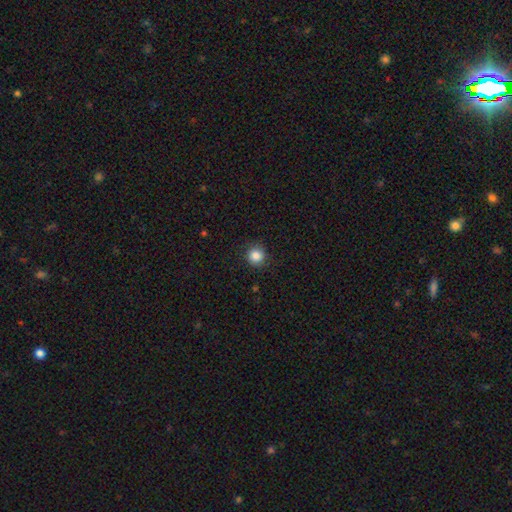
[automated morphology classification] Smooth or featured? smooth (86%)
How rounded? round (92%)
Merging? none (88%)